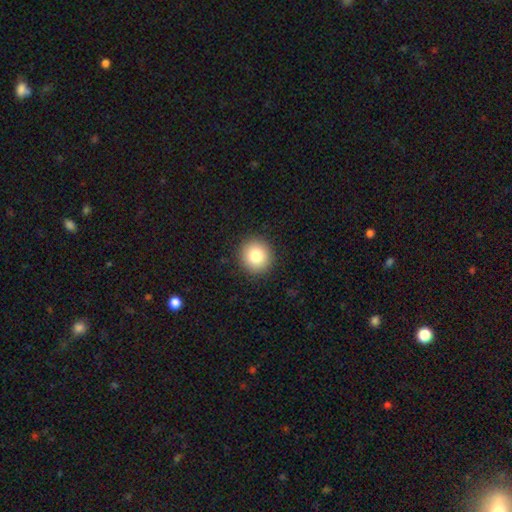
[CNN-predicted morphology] smooth 82%, star or artifact 10%, featured or disk 8%. Down the decision tree: how rounded — round (93%); merging — none (92%).